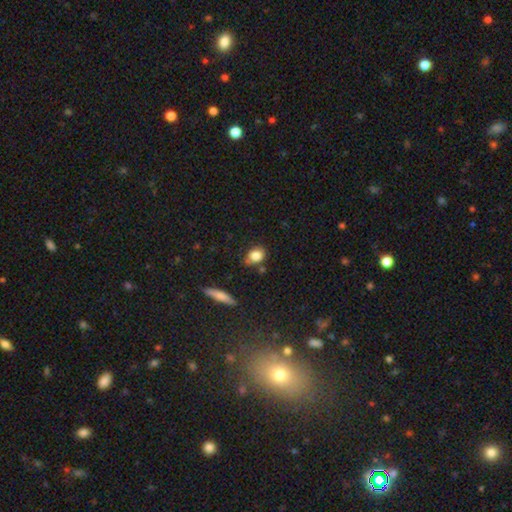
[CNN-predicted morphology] Smooth or featured: smooth — 82% (star or artifact — 10%)
How rounded: in between — 51% (round — 46%)
Merging: none — 65% (minor disturbance — 23%)